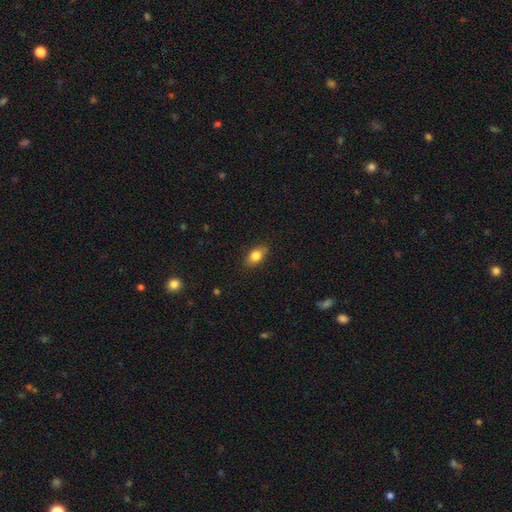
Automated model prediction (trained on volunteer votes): A smooth galaxy with no disk features (82%) that is in between round and cigar-shaped (81%).

Vote fractions:
- Smooth or featured? smooth: 82% / featured or disk: 9% / star or artifact: 8%
- How rounded? in between: 81% / round: 15% / cigar-shaped: 3%
- Merging? none: 82% / minor disturbance: 14% / major disturbance: 3% / merger: 1%